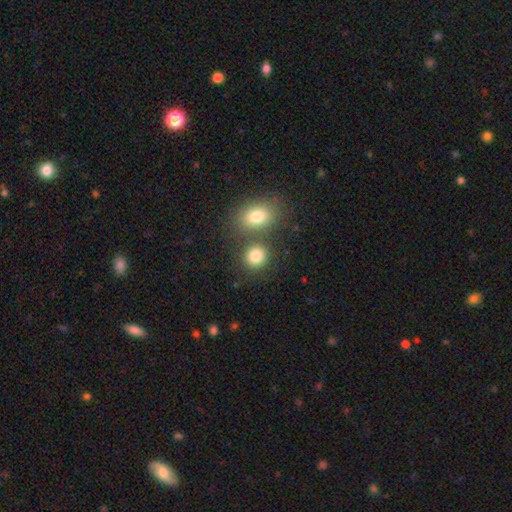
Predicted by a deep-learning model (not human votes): This appears to be a smooth galaxy with no disk features (82%) that is round (75%). Merging: none (65%).